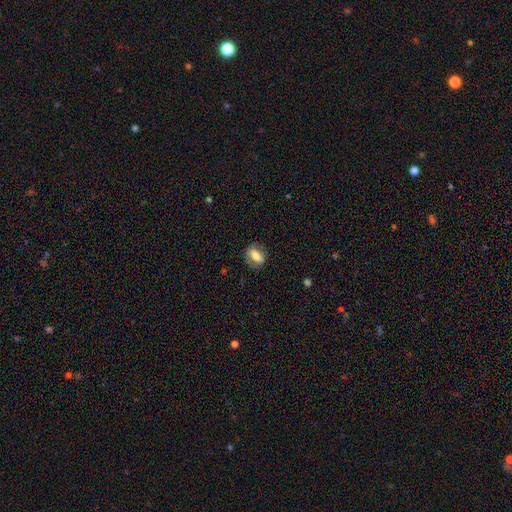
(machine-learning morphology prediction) Overall: smooth (63%; featured or disk 29%). How rounded: in between (73%). Merging: none (79%).